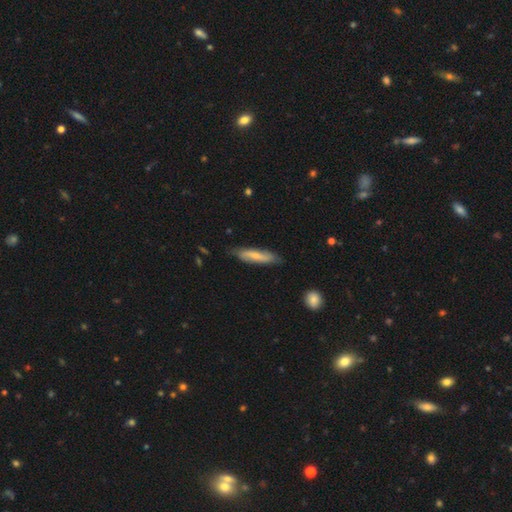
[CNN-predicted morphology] Smooth or featured?
  - smooth: 57% *
  - featured or disk: 37%
  - star or artifact: 6%
How rounded?
  - cigar-shaped: 75% *
  - in between: 24%
  - round: 2%
Merging?
  - none: 76% *
  - minor disturbance: 19%
  - major disturbance: 4%
  - merger: 2%